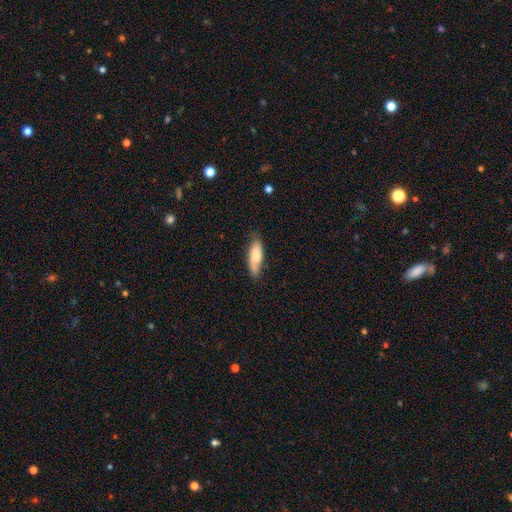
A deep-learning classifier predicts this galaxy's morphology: The model was most divided on "how rounded": in between: 61%, cigar-shaped: 37%, round: 2%. More confident: smooth or featured — smooth (72%); merging — none (67%).